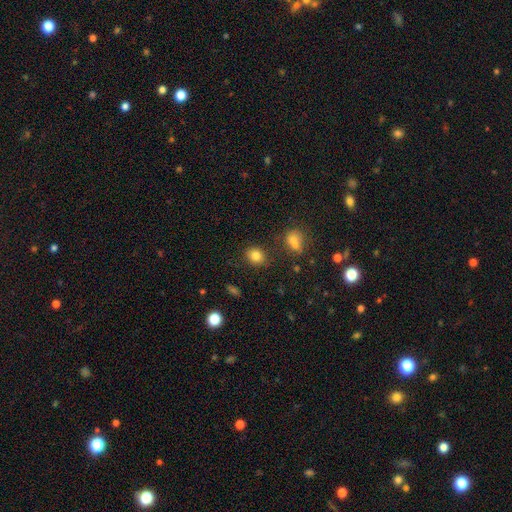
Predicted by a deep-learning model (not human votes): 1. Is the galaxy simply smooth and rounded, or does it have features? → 82% smooth, 12% star or artifact, 6% featured or disk.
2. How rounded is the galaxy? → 67% round, 32% in between, 1% cigar-shaped.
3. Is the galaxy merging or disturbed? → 82% none, 10% minor disturbance, 5% merger, 3% major disturbance.